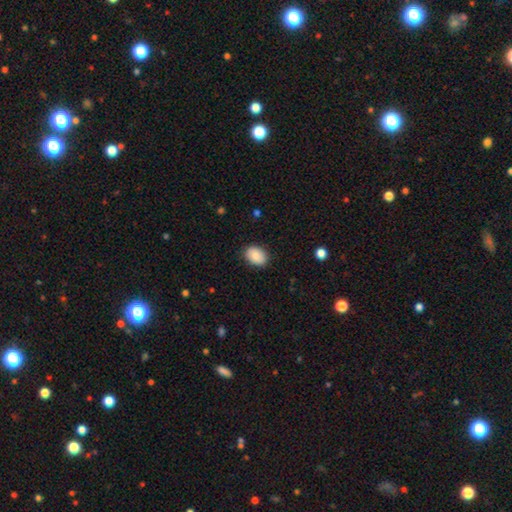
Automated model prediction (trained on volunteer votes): This appears to be a smooth galaxy with no disk features (85%) that is in between round and cigar-shaped (74%). Merging: none (86%).